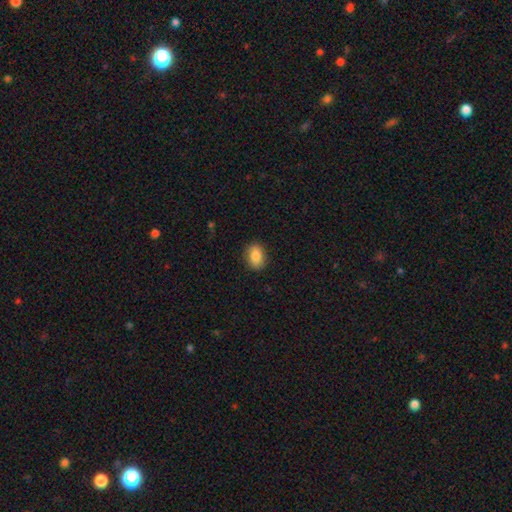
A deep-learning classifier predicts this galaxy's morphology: Smooth or featured?
  - smooth: 85% *
  - star or artifact: 8%
  - featured or disk: 7%
How rounded?
  - in between: 73% *
  - round: 25%
  - cigar-shaped: 1%
Merging?
  - none: 88% *
  - minor disturbance: 9%
  - major disturbance: 2%
  - merger: 1%